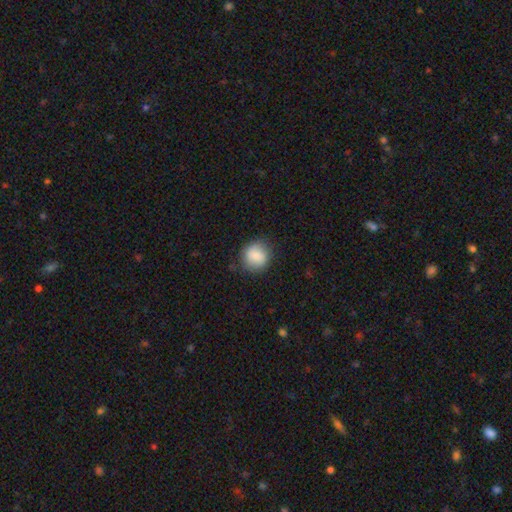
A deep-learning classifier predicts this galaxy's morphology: The model was most divided on "merging": none: 82%, minor disturbance: 13%, major disturbance: 3%, merger: 1%. More confident: how rounded — round (88%); smooth or featured — smooth (82%).